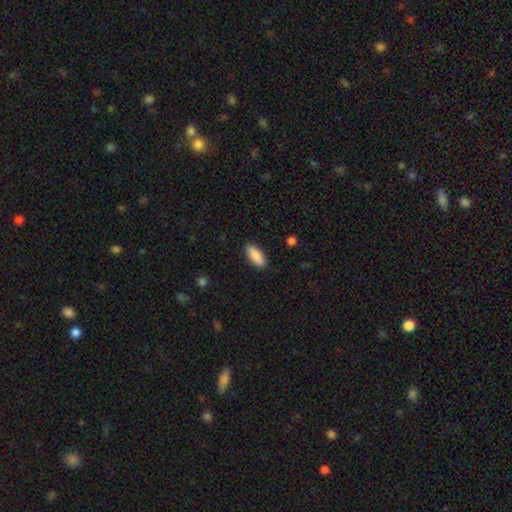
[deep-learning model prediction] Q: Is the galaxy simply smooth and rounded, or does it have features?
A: smooth — 89%.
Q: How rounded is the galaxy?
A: in between — 81%.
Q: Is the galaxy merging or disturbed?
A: none — 89%.